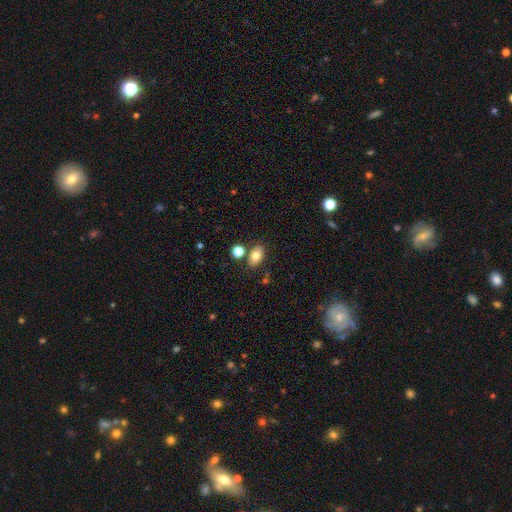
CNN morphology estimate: Smooth or featured: smooth — 79% (featured or disk — 12%)
How rounded: in between — 85% (round — 13%)
Merging: none — 76% (minor disturbance — 11%)